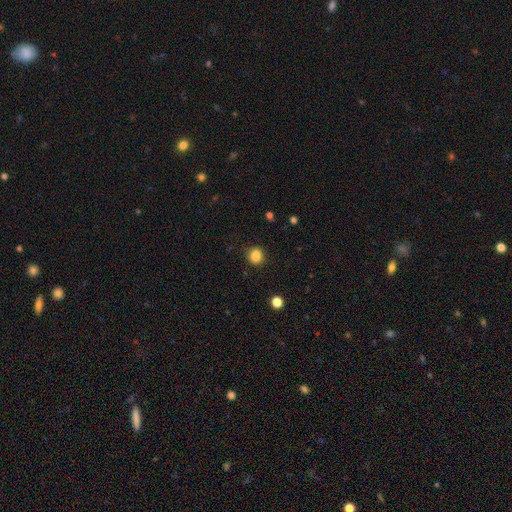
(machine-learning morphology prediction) A smooth galaxy with no disk features (84%) that is round (67%). Merging: none (81%).